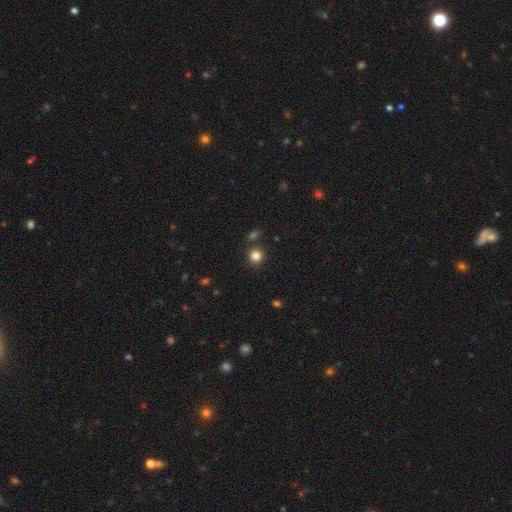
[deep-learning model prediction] A smooth galaxy with no disk features (82%) that is round (89%).

Vote fractions:
- Smooth or featured? smooth: 82% / star or artifact: 13% / featured or disk: 5%
- How rounded? round: 89% / in between: 10% / cigar-shaped: 1%
- Merging? none: 83% / minor disturbance: 8% / merger: 7% / major disturbance: 3%